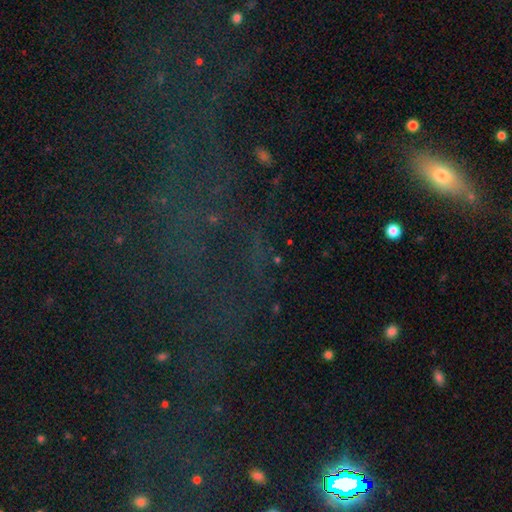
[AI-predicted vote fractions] Morphology: type=star or artifact (73%).